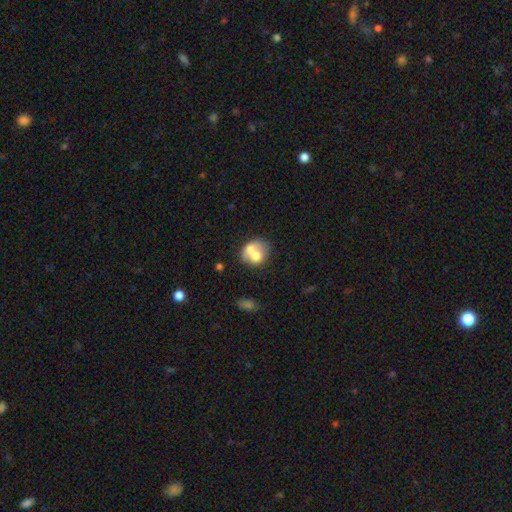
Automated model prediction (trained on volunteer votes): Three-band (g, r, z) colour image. It shows a smooth galaxy with no disk features (61%) that is round (60%). Merging: merger (62%).